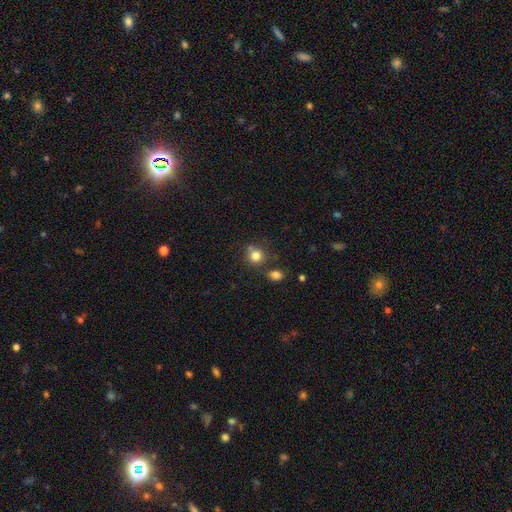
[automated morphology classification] smooth-or-featured: smooth: 80% | star or artifact: 13% | featured or disk: 7%
  how-rounded: round: 88% | in between: 11% | cigar-shaped: 1%
  merging: none: 68% | merger: 17% | minor disturbance: 11% | major disturbance: 4%